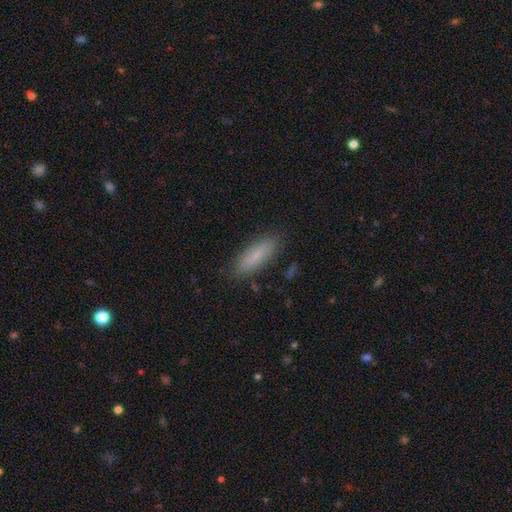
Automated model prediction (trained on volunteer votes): This appears to be a smooth galaxy with no disk features (77%) that is in between round and cigar-shaped (52%). Merging: none (85%).